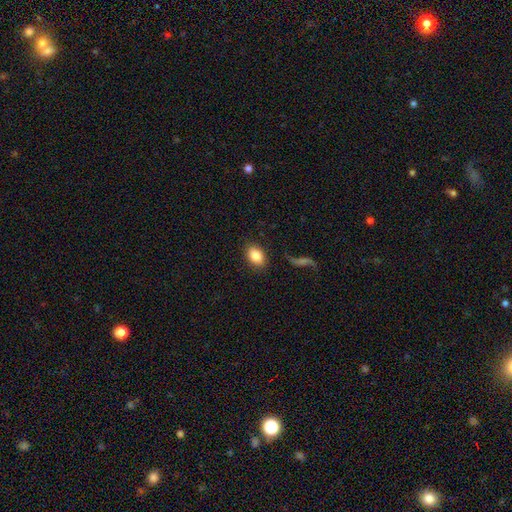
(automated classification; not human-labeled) Smooth or featured?
  - smooth: 84% *
  - featured or disk: 8%
  - star or artifact: 8%
How rounded?
  - in between: 83% *
  - round: 16%
  - cigar-shaped: 2%
Merging?
  - none: 83% *
  - minor disturbance: 11%
  - major disturbance: 3%
  - merger: 3%